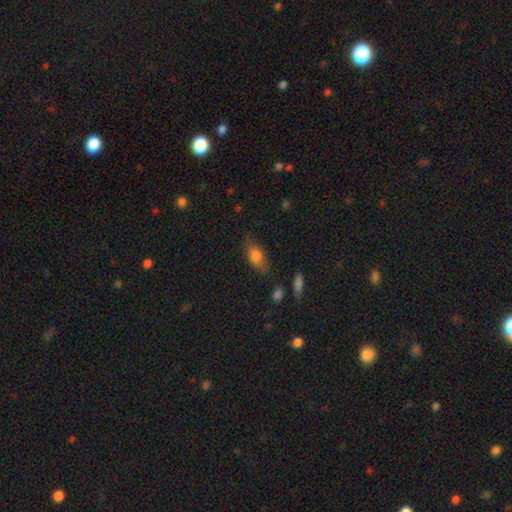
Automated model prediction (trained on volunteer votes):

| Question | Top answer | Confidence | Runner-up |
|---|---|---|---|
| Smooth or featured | smooth | 80% | featured or disk (12%) |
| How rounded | in between | 85% | cigar-shaped (8%) |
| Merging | none | 66% | minor disturbance (24%) |